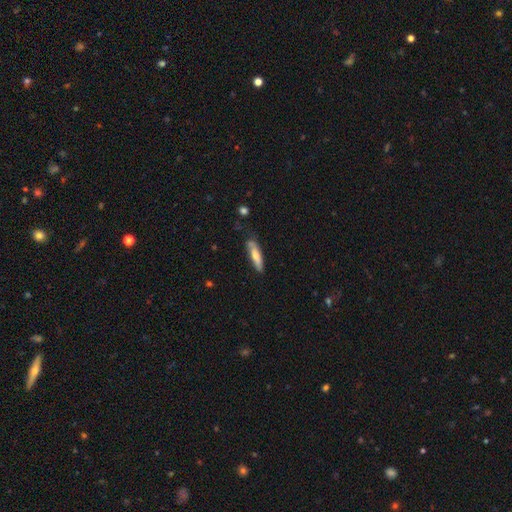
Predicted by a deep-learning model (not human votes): Q: Smooth or featured?
A: smooth (64%); runner-up: featured or disk (30%)
Q: How rounded?
A: cigar-shaped (70%); runner-up: in between (28%)
Q: Merging?
A: none (67%); runner-up: minor disturbance (24%)